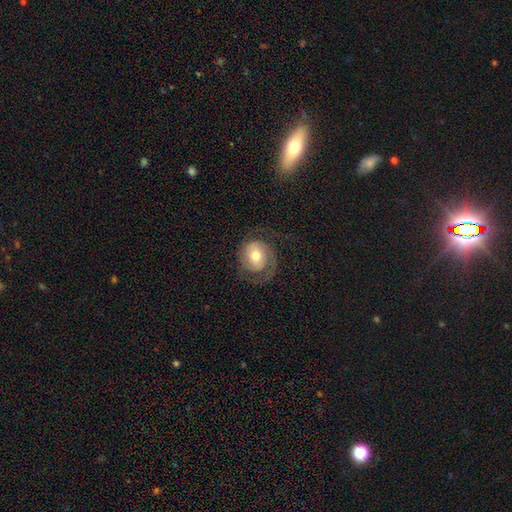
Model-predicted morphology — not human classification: A featured or disk galaxy (62%) with no bar (62%), 2 (57%) medium (40%) spiral arms (86%) and a moderate central bulge (70%).

Vote fractions:
- Smooth or featured? featured or disk: 62% / smooth: 31% / star or artifact: 7%
- Edge-on disk? no: 97% / yes: 3%
- Bar? no: 62% / weak: 28% / strong: 10%
- Spiral arms? yes: 86% / no: 14%
- Spiral winding? medium: 40% / tight: 37% / loose: 23%
- Spiral arm count? 2: 57% / 1: 30% / can't tell: 9% / 3: 2% / 4: 1% / more than 4: 1%
- Bulge size? moderate: 70% / small: 18% / large: 10% / dominant: 2% / none: 1%
- Merging? none: 62% / major disturbance: 20% / minor disturbance: 17% / merger: 1%